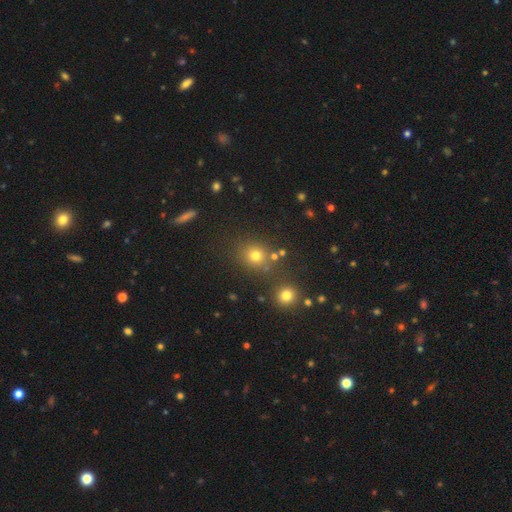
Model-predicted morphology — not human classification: Smooth or featured? smooth (73%)
How rounded? round (83%)
Merging? none (77%)